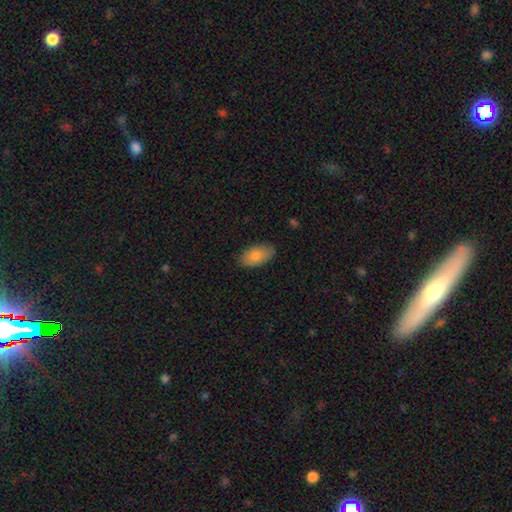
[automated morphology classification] Smooth or featured?
  - smooth: 82% *
  - featured or disk: 12%
  - star or artifact: 6%
How rounded?
  - in between: 94% *
  - round: 4%
  - cigar-shaped: 2%
Merging?
  - none: 82% *
  - minor disturbance: 15%
  - major disturbance: 3%
  - merger: 1%